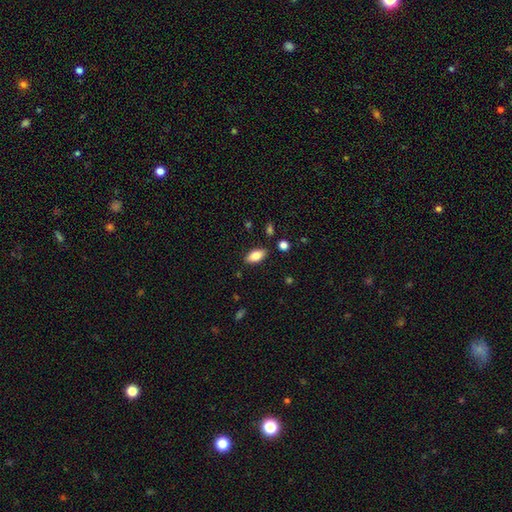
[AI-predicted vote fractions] A smooth galaxy with no disk features (80%) that is in between round and cigar-shaped (89%). Merging: none (86%).